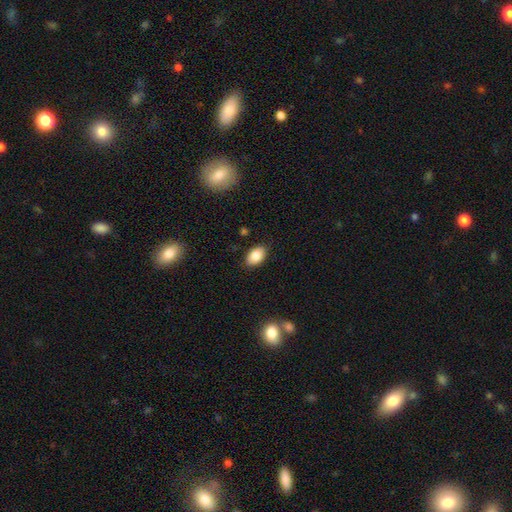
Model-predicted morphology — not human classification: Q: Smooth or featured?
A: smooth (87%); runner-up: star or artifact (8%)
Q: How rounded?
A: in between (91%); runner-up: round (8%)
Q: Merging?
A: none (86%); runner-up: minor disturbance (11%)